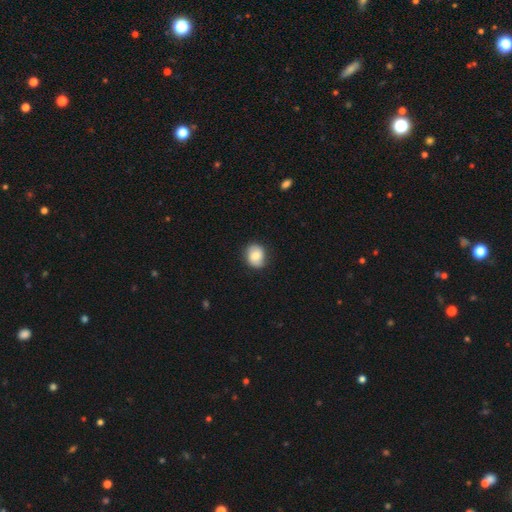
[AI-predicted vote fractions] Morphology: type=smooth (70%); roundness=round (65%); merging=none (81%).